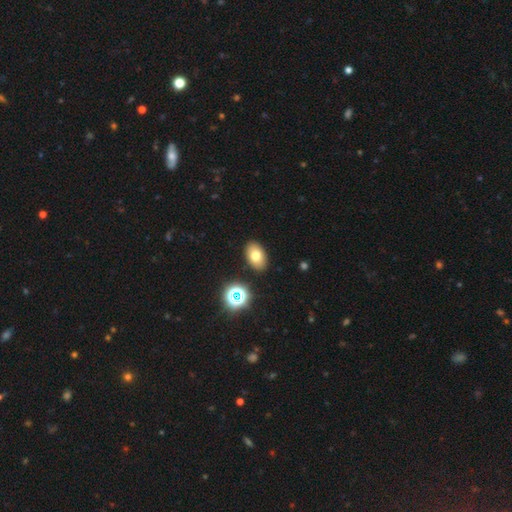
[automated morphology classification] smooth 74%, featured or disk 14%, star or artifact 12%. Down the decision tree: how rounded — in between (87%); merging — none (88%).